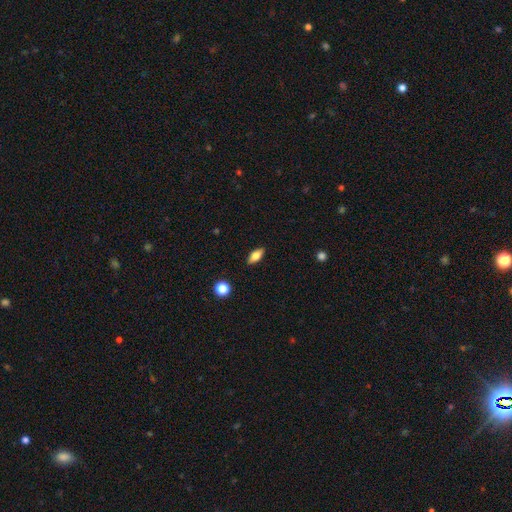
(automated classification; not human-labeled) A smooth galaxy with no disk features (71%) that is in between round and cigar-shaped (80%).

Vote fractions:
- Smooth or featured? smooth: 71% / featured or disk: 21% / star or artifact: 8%
- How rounded? in between: 80% / cigar-shaped: 16% / round: 4%
- Merging? none: 88% / minor disturbance: 9% / major disturbance: 2% / merger: 1%